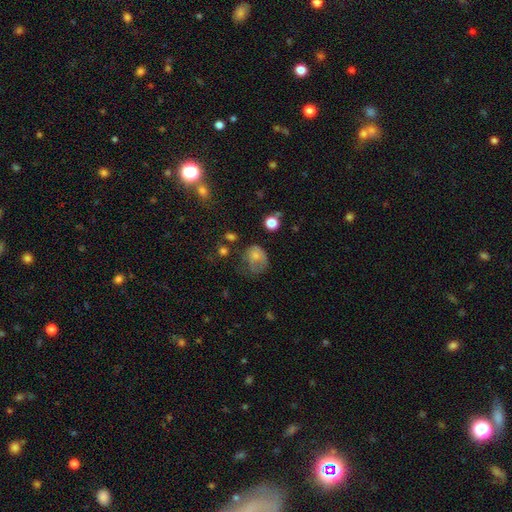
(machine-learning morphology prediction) smooth_or_featured: smooth (p=0.67) [alt: featured or disk p=0.21]
how_rounded: round (p=0.54) [alt: in between p=0.46]
merging: major disturbance (p=0.39) [alt: minor disturbance p=0.30]